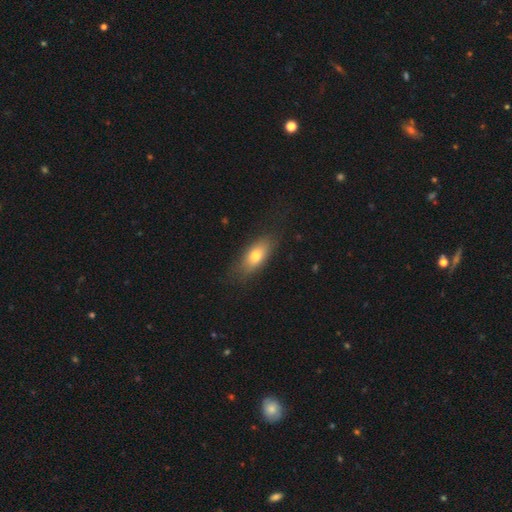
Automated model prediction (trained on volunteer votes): smooth_or_featured: smooth (p=0.73) [alt: featured or disk p=0.20]
how_rounded: in between (p=0.81) [alt: cigar-shaped p=0.13]
merging: none (p=0.79) [alt: minor disturbance p=0.15]